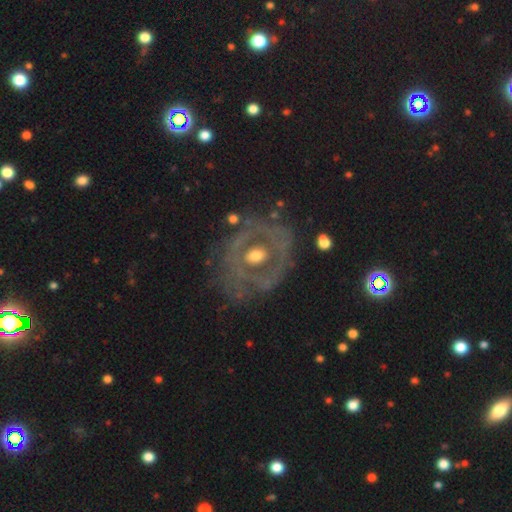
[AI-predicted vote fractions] featured or disk 75%, smooth 18%, star or artifact 6%. Down the decision tree: edge-on disk — no (96%); bar — no (70%); spiral arms — no (61%); bulge size — moderate (73%); merging — none (65%).